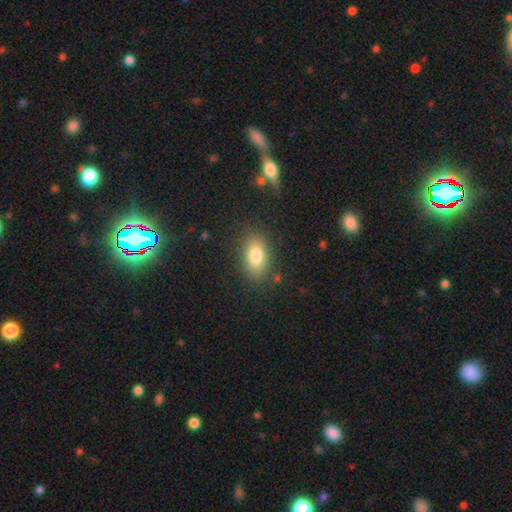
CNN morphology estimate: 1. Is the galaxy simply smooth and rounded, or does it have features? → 81% smooth, 10% featured or disk, 9% star or artifact.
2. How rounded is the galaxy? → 89% in between, 7% round, 4% cigar-shaped.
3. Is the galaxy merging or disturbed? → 84% none, 11% minor disturbance, 4% major disturbance, 2% merger.